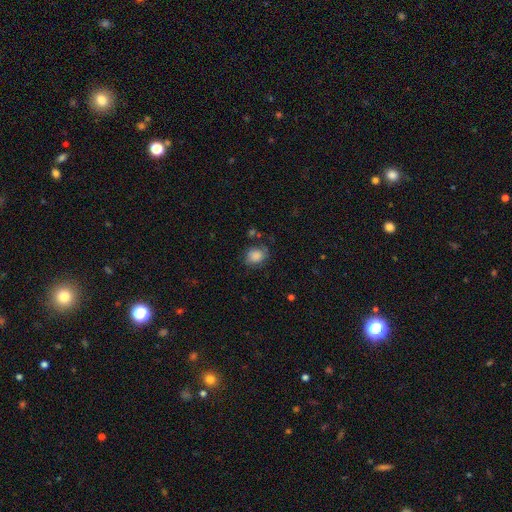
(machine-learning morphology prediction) smooth-or-featured: smooth: 84% | star or artifact: 9% | featured or disk: 7%
  how-rounded: round: 57% | in between: 42% | cigar-shaped: 1%
  merging: none: 67% | minor disturbance: 21% | major disturbance: 8% | merger: 3%